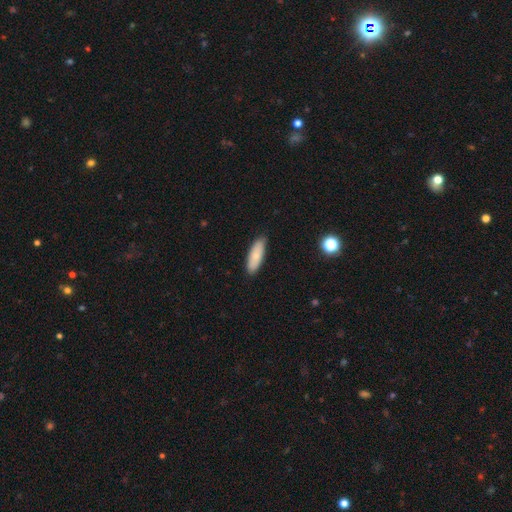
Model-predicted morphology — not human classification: Smooth or featured?
  - smooth: 77% *
  - featured or disk: 17%
  - star or artifact: 6%
How rounded?
  - in between: 61% *
  - cigar-shaped: 37%
  - round: 2%
Merging?
  - none: 86% *
  - minor disturbance: 11%
  - major disturbance: 2%
  - merger: 1%